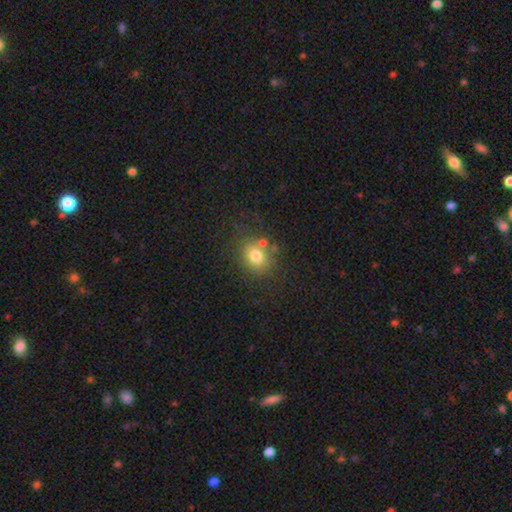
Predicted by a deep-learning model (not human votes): The model was most divided on "how rounded": round: 54%, in between: 45%, cigar-shaped: 1%. More confident: smooth or featured — smooth (77%); merging — none (70%).